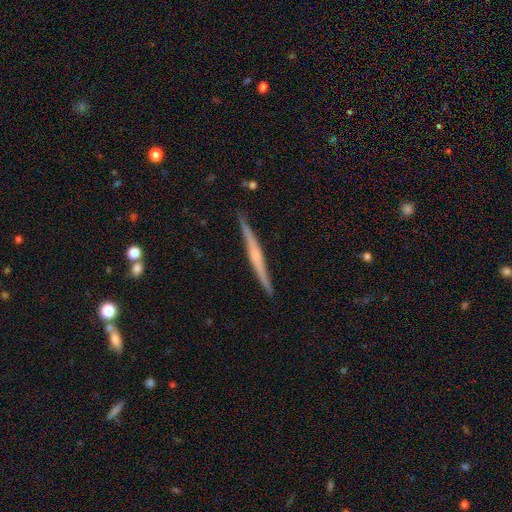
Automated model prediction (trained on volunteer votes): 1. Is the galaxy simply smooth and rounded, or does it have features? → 68% featured or disk, 27% smooth, 5% star or artifact.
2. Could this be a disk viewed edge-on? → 98% yes, 2% no.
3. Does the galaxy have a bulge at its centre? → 44% none, 41% rounded, 15% boxy.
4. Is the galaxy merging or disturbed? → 90% none, 8% minor disturbance, 1% major disturbance, 1% merger.